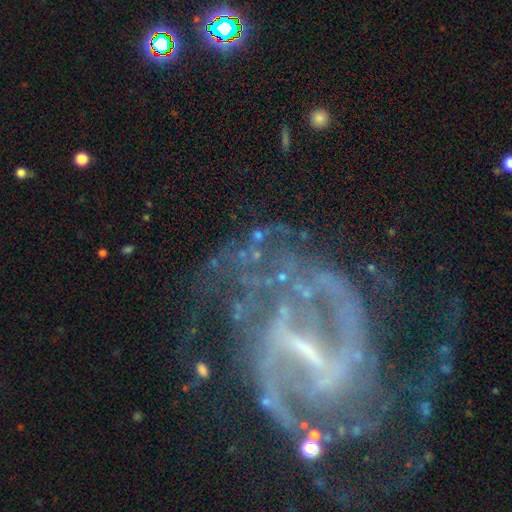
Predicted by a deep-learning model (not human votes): smooth_or_featured: featured or disk (p=0.69) [alt: star or artifact p=0.20]
disk_edge_on: no (p=0.94) [alt: yes p=0.06]
bar: no (p=0.38) [alt: strong p=0.32]
has_spiral_arms: yes (p=0.57) [alt: no p=0.43]
bulge_size: small (p=0.39) [alt: none p=0.35]
merging: none (p=0.49) [alt: major disturbance p=0.28]